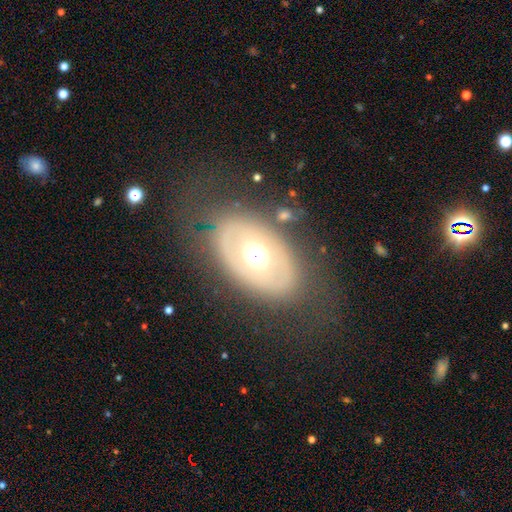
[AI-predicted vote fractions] Overall: featured or disk (54%; smooth 37%). Edge-on disk: no (89%). Merging: none (73%).